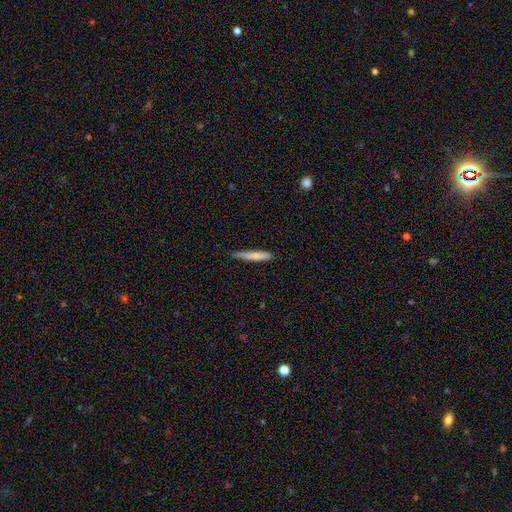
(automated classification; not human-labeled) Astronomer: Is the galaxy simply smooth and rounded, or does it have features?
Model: smooth — 70%.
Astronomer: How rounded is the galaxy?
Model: cigar-shaped — 93%.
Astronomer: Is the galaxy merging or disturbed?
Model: none — 76%.